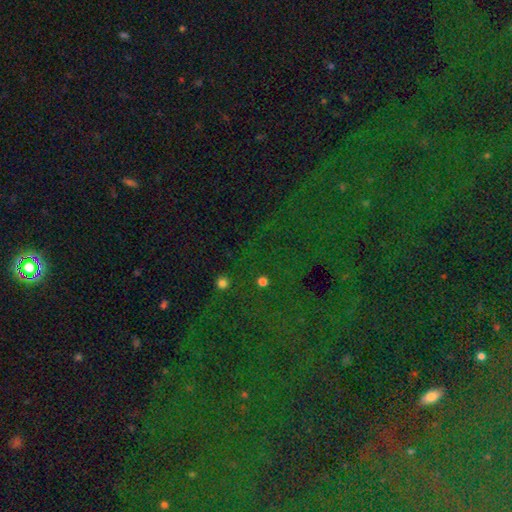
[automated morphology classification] Q: Smooth or featured?
A: star or artifact (83%); runner-up: smooth (9%)